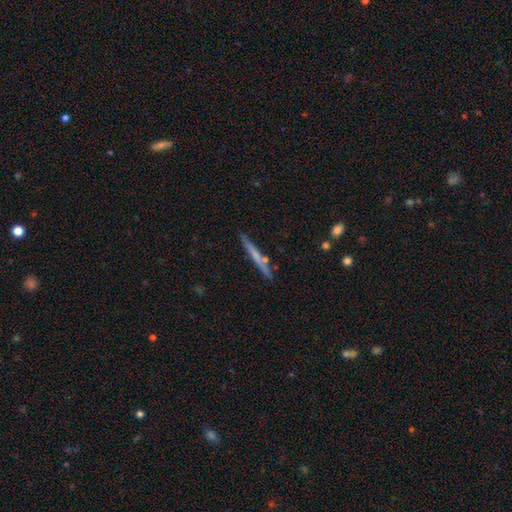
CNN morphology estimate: Q: Smooth or featured?
A: smooth (50%); runner-up: featured or disk (43%)
Q: How rounded?
A: cigar-shaped (96%); runner-up: in between (3%)
Q: Merging?
A: none (85%); runner-up: minor disturbance (9%)